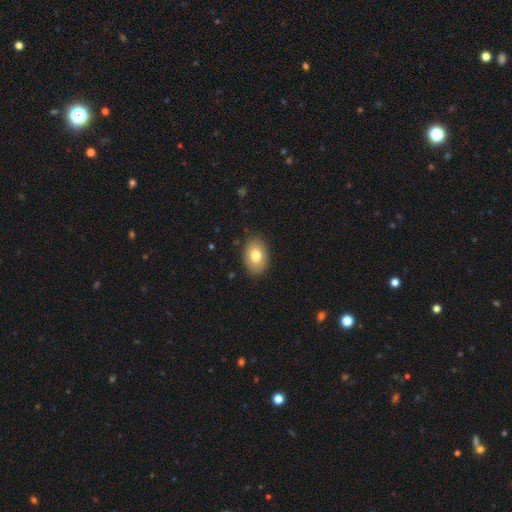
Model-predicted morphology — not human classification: The model was most divided on "how rounded": in between: 82%, round: 17%, cigar-shaped: 1%. More confident: merging — none (88%); smooth or featured — smooth (79%).